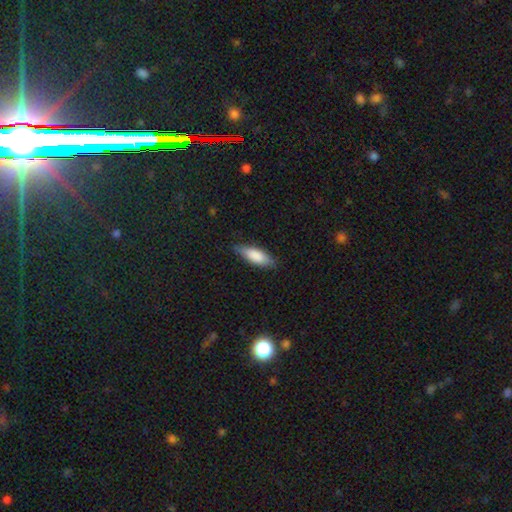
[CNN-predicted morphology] A smooth galaxy with no disk features (83%) that is in between round and cigar-shaped (65%). Merging: none (81%).